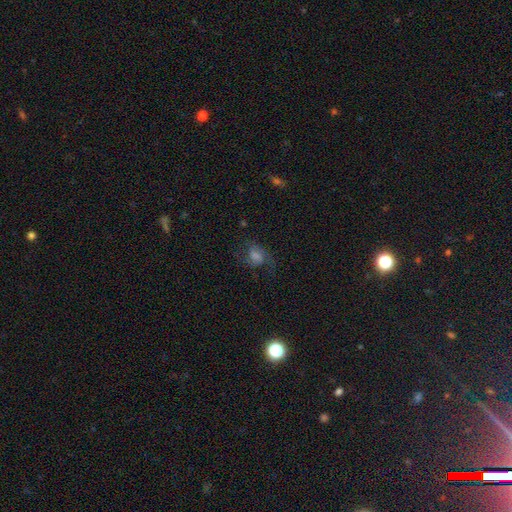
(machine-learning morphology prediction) Smooth or featured? featured or disk (46%)
Merging? none (61%)